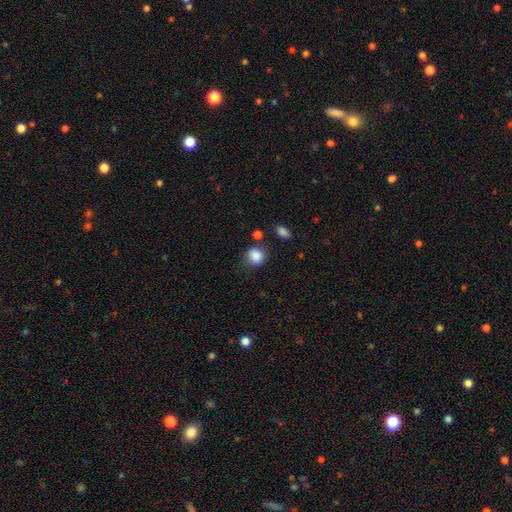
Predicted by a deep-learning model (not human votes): A smooth galaxy with no disk features (87%) that is round (76%). Merging: none (68%).